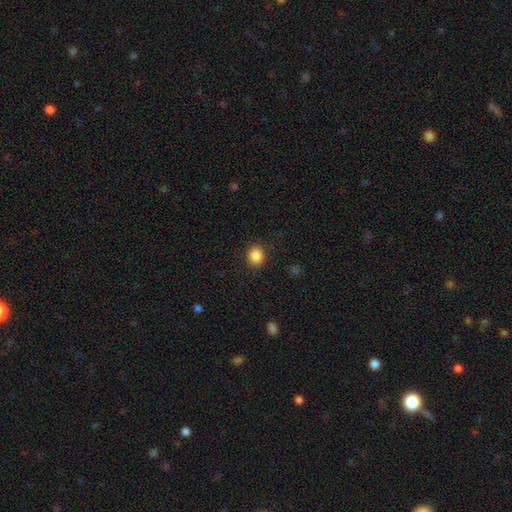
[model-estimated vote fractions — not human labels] Morphology: type=smooth (87%); roundness=round (78%); merging=none (89%).